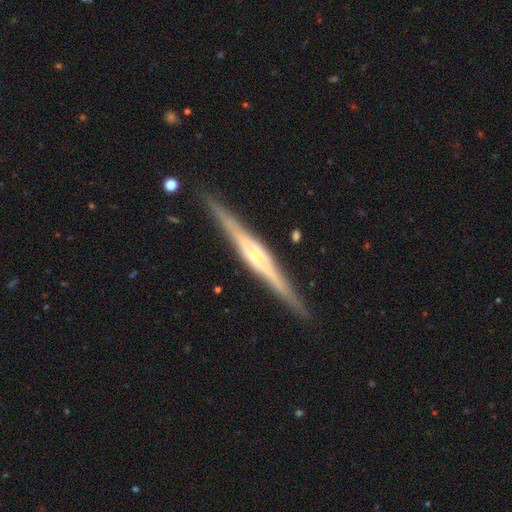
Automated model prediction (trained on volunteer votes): Q: Smooth or featured?
A: featured or disk (84%); runner-up: smooth (11%)
Q: Edge-on disk?
A: yes (98%); runner-up: no (2%)
Q: Edge-on bulge?
A: rounded (50%); runner-up: boxy (38%)
Q: Merging?
A: none (90%); runner-up: minor disturbance (8%)